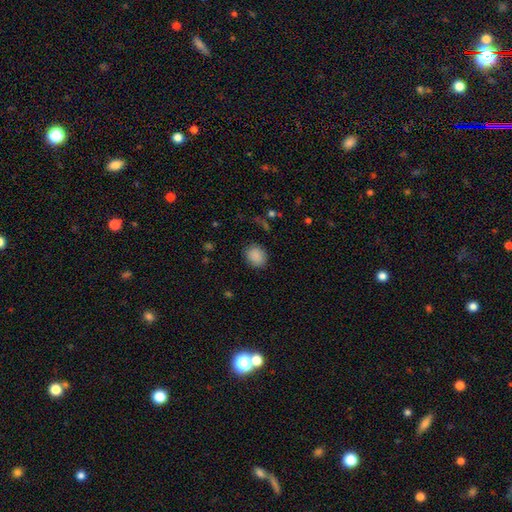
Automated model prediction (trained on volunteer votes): Morphology: type=smooth (88%); roundness=round (59%); merging=none (86%).